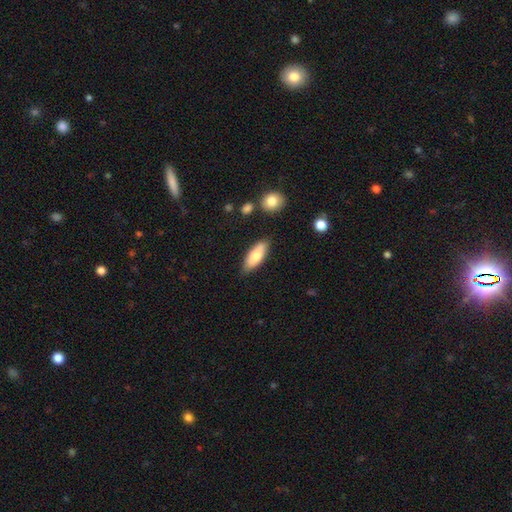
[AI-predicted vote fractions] Smooth or featured?
  - smooth: 73% *
  - featured or disk: 21%
  - star or artifact: 6%
How rounded?
  - in between: 71% *
  - cigar-shaped: 26%
  - round: 2%
Merging?
  - none: 80% *
  - minor disturbance: 14%
  - merger: 3%
  - major disturbance: 3%